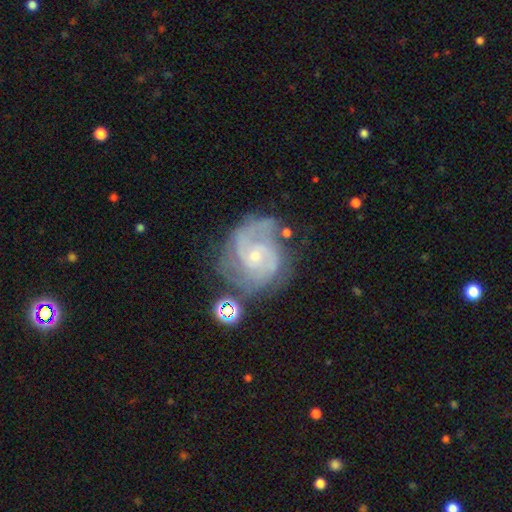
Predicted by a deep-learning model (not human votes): Q: Smooth or featured?
A: featured or disk (87%); runner-up: smooth (7%)
Q: Edge-on disk?
A: no (98%); runner-up: yes (2%)
Q: Bar?
A: no (62%); runner-up: weak (32%)
Q: Spiral arms?
A: yes (97%); runner-up: no (3%)
Q: Spiral winding?
A: tight (49%); runner-up: medium (41%)
Q: Spiral arm count?
A: 2 (44%); runner-up: 3 (21%)
Q: Bulge size?
A: small (70%); runner-up: moderate (25%)
Q: Merging?
A: none (64%); runner-up: minor disturbance (21%)